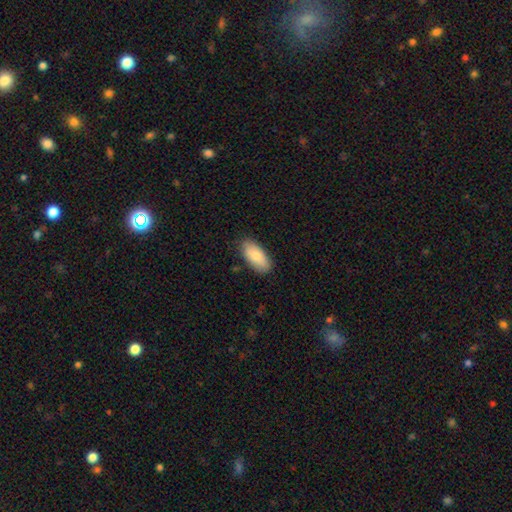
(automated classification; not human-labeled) The model was most divided on "smooth or featured": smooth: 83%, featured or disk: 11%, star or artifact: 6%. More confident: how rounded — in between (90%); merging — none (85%).